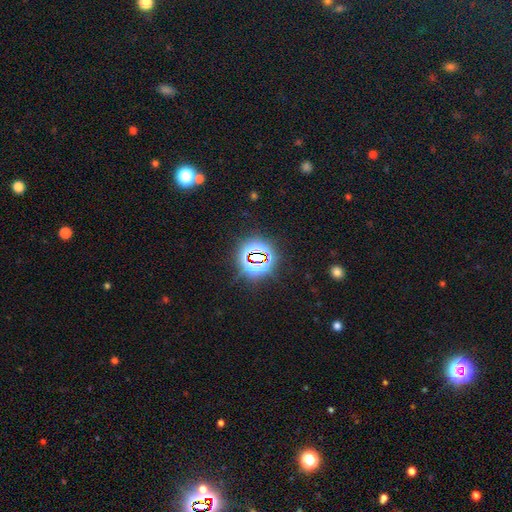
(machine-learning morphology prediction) Smooth or featured?
  - star or artifact: 78% *
  - smooth: 15%
  - featured or disk: 8%